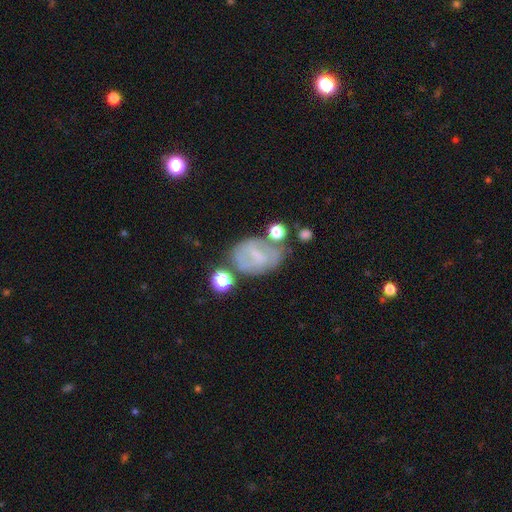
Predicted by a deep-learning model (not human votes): Smooth or featured? Predicted: featured or disk (p=0.54). Edge-on disk? Predicted: no (p=0.95). Bar? Predicted: weak (p=0.49). Spiral arms? Predicted: yes (p=0.56). Bulge size? Predicted: small (p=0.58). Merging? Predicted: none (p=0.54).